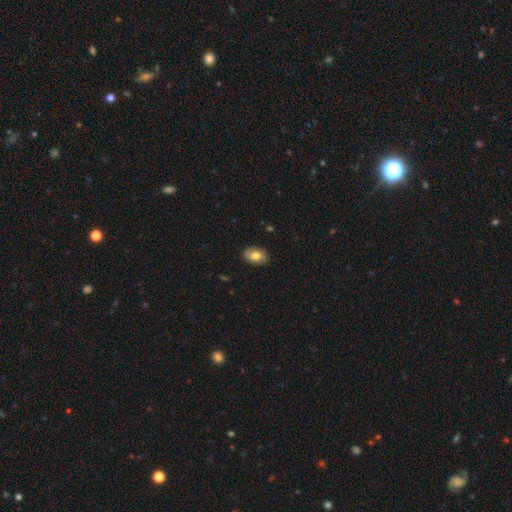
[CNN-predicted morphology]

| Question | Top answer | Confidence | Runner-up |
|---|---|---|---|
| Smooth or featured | smooth | 71% | featured or disk (22%) |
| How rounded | in between | 89% | round (9%) |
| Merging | none | 87% | minor disturbance (10%) |